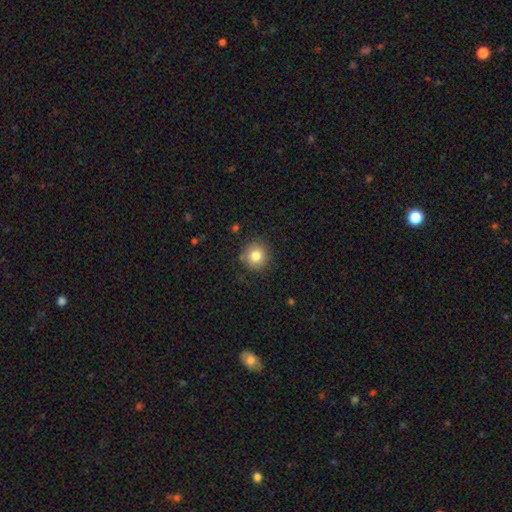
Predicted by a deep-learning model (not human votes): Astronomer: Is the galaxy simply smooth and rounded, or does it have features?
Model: smooth — 80%.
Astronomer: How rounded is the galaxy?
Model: round — 93%.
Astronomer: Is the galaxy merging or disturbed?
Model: none — 87%.